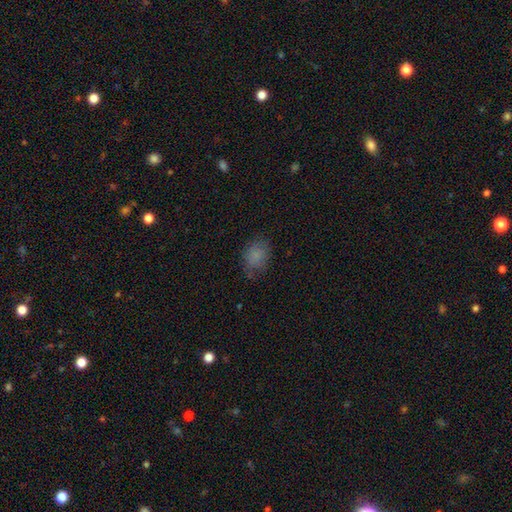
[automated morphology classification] smooth_or_featured: smooth (p=0.82) [alt: star or artifact p=0.11]
how_rounded: in between (p=0.65) [alt: round p=0.34]
merging: none (p=0.69) [alt: minor disturbance p=0.23]